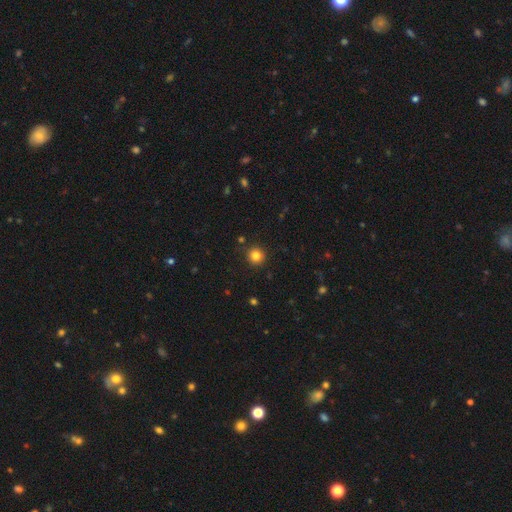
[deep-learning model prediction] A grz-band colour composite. It shows a smooth galaxy with no disk features (82%) that is round (95%). Merging: none (90%).